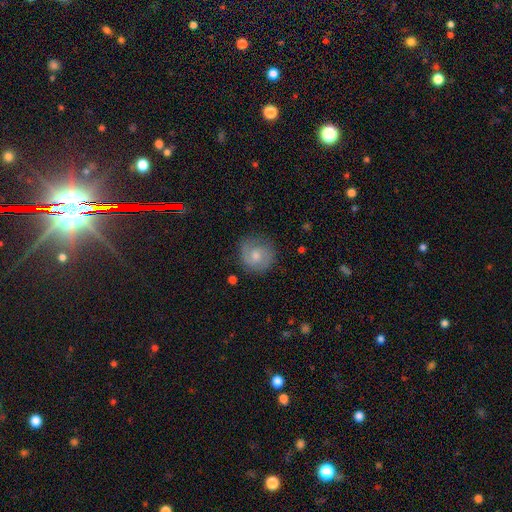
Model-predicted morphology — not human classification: featured or disk 56%, smooth 37%, star or artifact 7%. Down the decision tree: edge-on disk — no (98%); bar — no (59%); spiral arms — yes (89%); bulge size — moderate (57%); merging — none (78%).